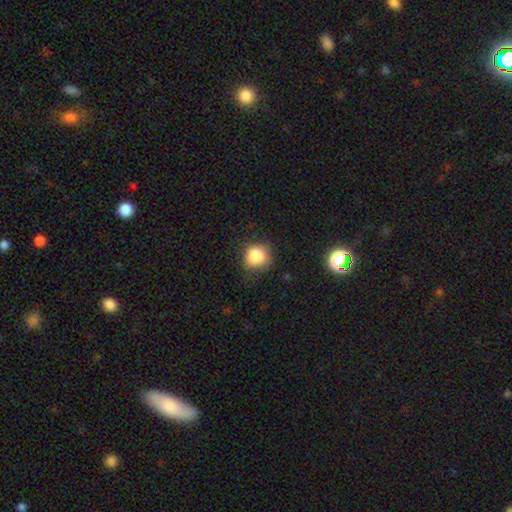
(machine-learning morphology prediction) This is clearly a smooth galaxy (85%). How rounded: clearly round (88%). Merging: likely none (78%).